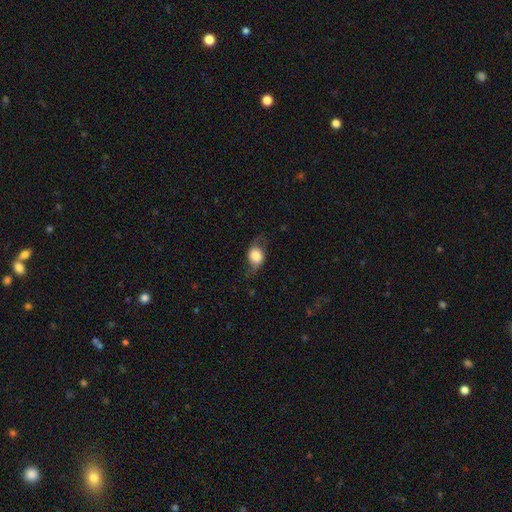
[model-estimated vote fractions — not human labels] smooth-or-featured: smooth: 60% | featured or disk: 31% | star or artifact: 9%
  how-rounded: in between: 53% | round: 46% | cigar-shaped: 2%
  merging: none: 60% | minor disturbance: 25% | major disturbance: 14% | merger: 1%